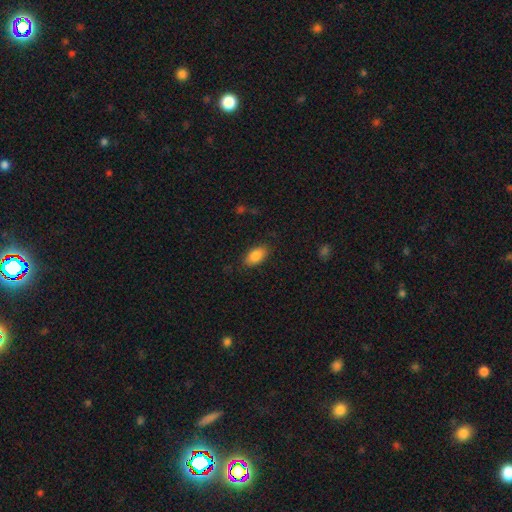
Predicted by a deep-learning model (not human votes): Morphology: type=smooth (85%); roundness=in between (92%); merging=none (84%).